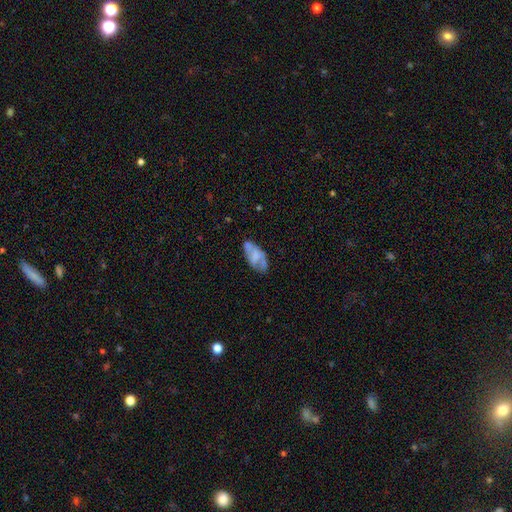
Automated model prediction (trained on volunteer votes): smooth 48%, featured or disk 44%, star or artifact 8%. Down the decision tree: merging — none (49%).